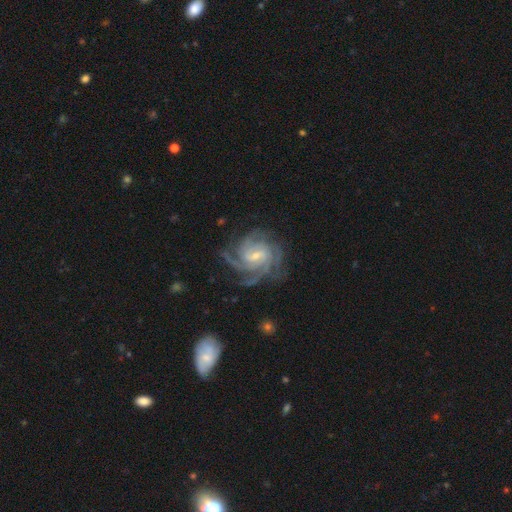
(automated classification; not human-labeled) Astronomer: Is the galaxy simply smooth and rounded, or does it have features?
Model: featured or disk — 91%.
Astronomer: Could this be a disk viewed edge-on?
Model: no — 98%.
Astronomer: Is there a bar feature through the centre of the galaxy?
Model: weak — 58%.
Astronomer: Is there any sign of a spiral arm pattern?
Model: yes — 98%.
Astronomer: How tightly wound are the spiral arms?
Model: tight — 63%.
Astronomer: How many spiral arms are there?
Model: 4 — 40% (runner-up: 3, 20%).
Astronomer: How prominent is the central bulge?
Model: small — 61%.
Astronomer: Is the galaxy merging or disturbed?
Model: none — 72%.